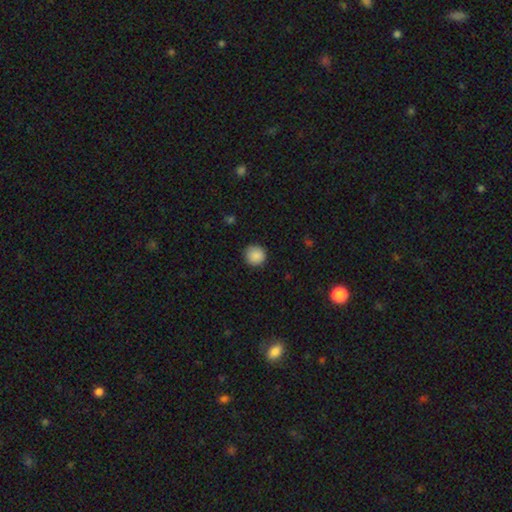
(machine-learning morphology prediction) type=smooth (88%); roundness=round (95%); merging=none (90%).